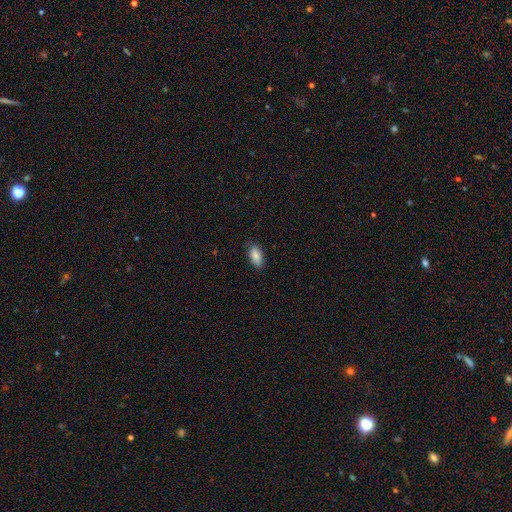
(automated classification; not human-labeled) A smooth galaxy with no disk features (87%) that is in between round and cigar-shaped (90%). Merging: none (85%).